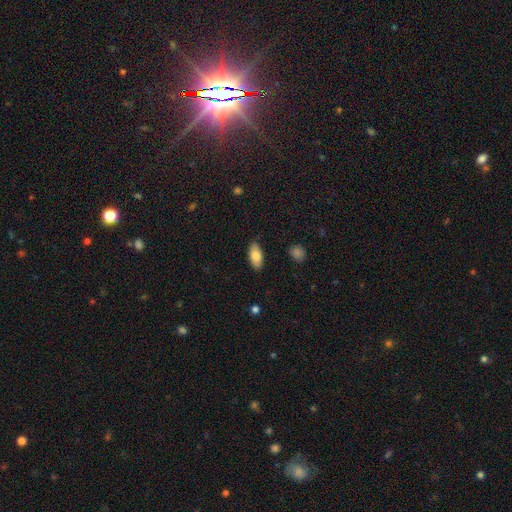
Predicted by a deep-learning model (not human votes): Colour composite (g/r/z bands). It shows a smooth galaxy with no disk features (82%) that is in between round and cigar-shaped (89%). Merging: none (85%).